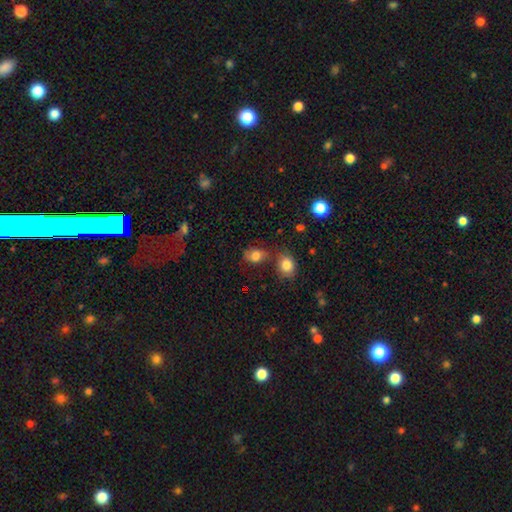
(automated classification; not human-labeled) A smooth galaxy with no disk features (75%) that is in between round and cigar-shaped (68%).

Vote fractions:
- Smooth or featured? smooth: 75% / featured or disk: 14% / star or artifact: 11%
- How rounded? in between: 68% / round: 31% / cigar-shaped: 2%
- Merging? none: 56% / minor disturbance: 20% / merger: 16% / major disturbance: 8%